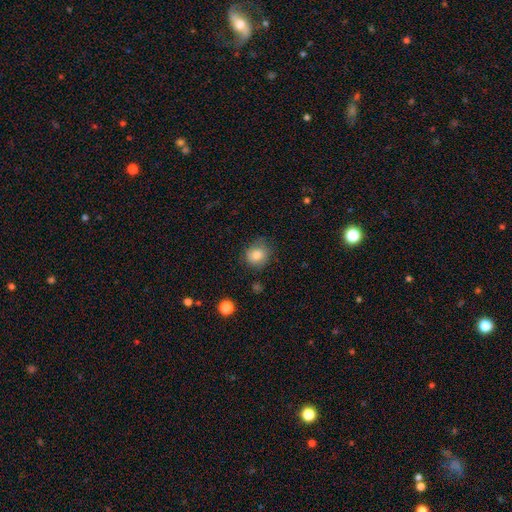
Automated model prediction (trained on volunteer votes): This is clearly a smooth galaxy (82%). How rounded: likely round (73%). Merging: likely none (71%).